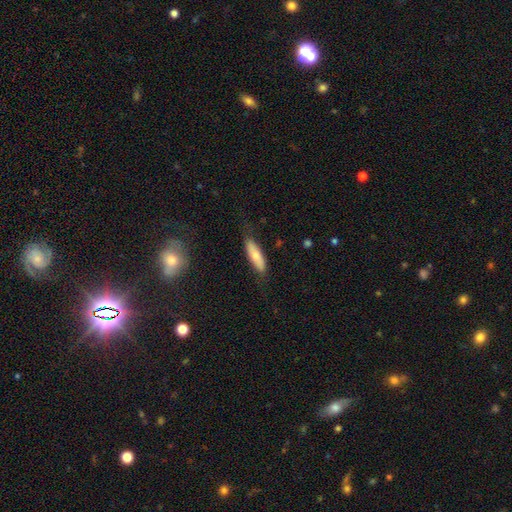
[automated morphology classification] type=smooth (72%); roundness=cigar-shaped (59%); merging=none (77%).